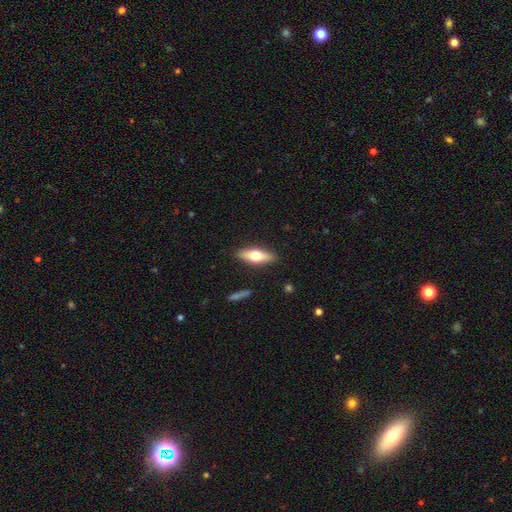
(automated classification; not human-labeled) A smooth galaxy with no disk features (51%) that is in between round and cigar-shaped (54%). Merging: none (88%).